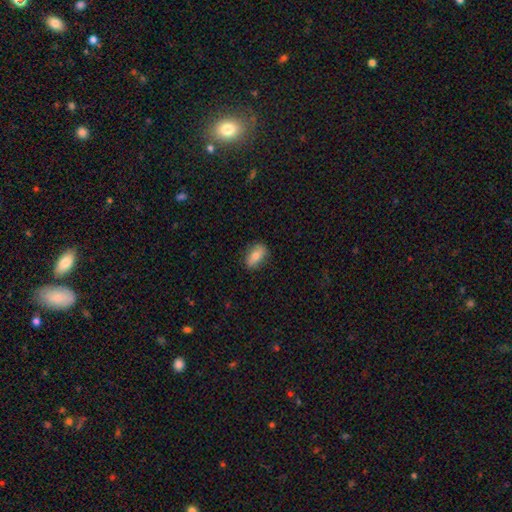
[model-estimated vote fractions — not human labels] Q: Smooth or featured?
A: smooth (73%); runner-up: featured or disk (19%)
Q: How rounded?
A: in between (86%); runner-up: cigar-shaped (7%)
Q: Merging?
A: none (84%); runner-up: minor disturbance (13%)